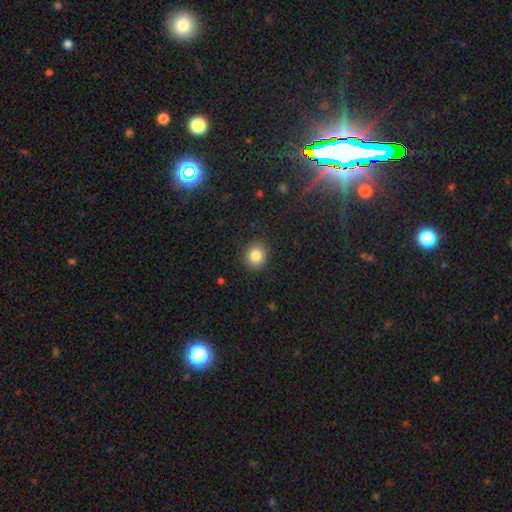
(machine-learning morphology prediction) Smooth or featured: smooth — 84% (star or artifact — 10%)
How rounded: round — 82% (in between — 17%)
Merging: none — 90% (minor disturbance — 7%)